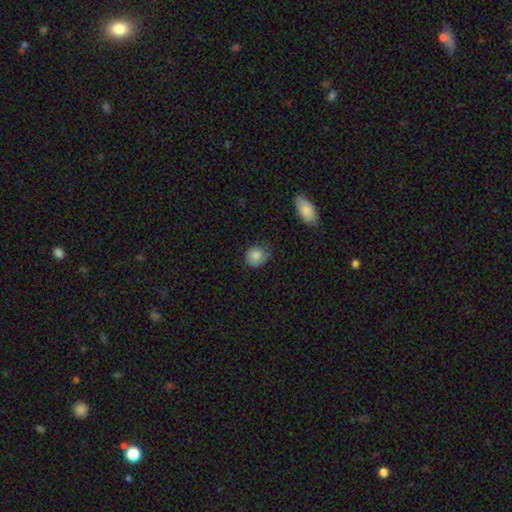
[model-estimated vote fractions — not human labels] Smooth or featured? smooth (85%)
How rounded? round (71%)
Merging? none (61%)